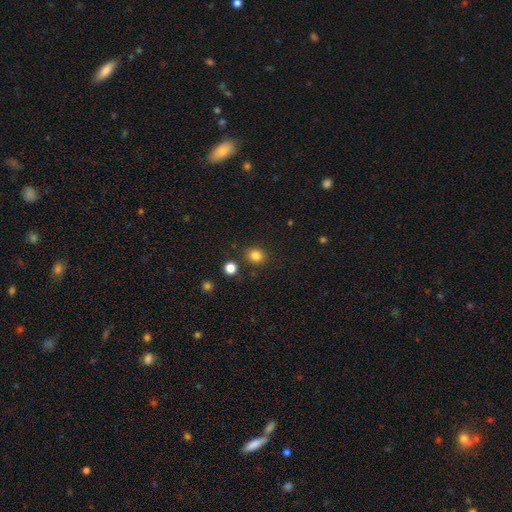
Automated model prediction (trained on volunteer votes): A smooth galaxy with no disk features (83%) that is round (75%). Merging: none (85%).